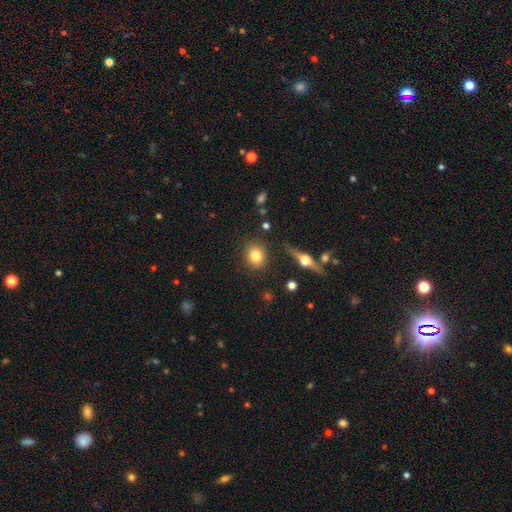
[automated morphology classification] This appears to be a smooth galaxy with no disk features (79%) that is round (72%). Merging: none (86%).